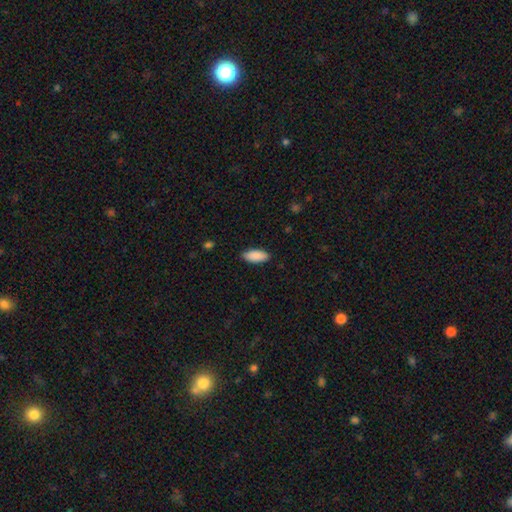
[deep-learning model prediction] Morphology: type=smooth (90%); roundness=in between (86%); merging=none (88%).